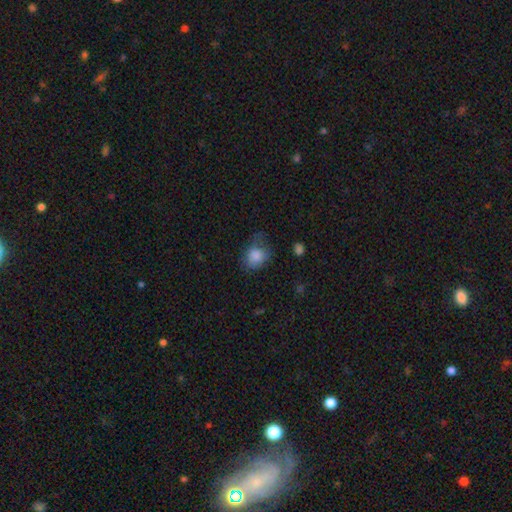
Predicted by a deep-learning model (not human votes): Morphology: type=smooth (83%); roundness=in between (51%); merging=none (46%).